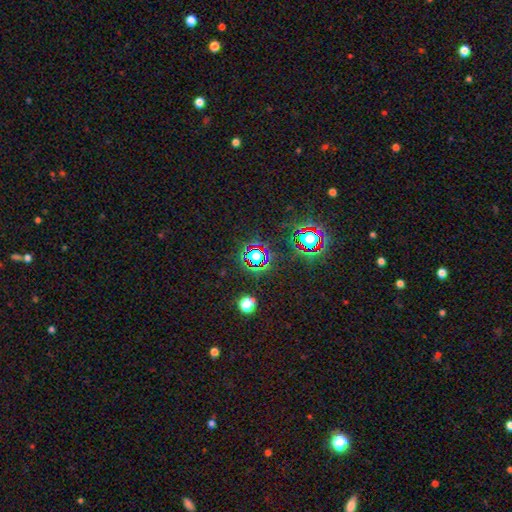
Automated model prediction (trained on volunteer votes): A star or artifact, not a galaxy (72%).